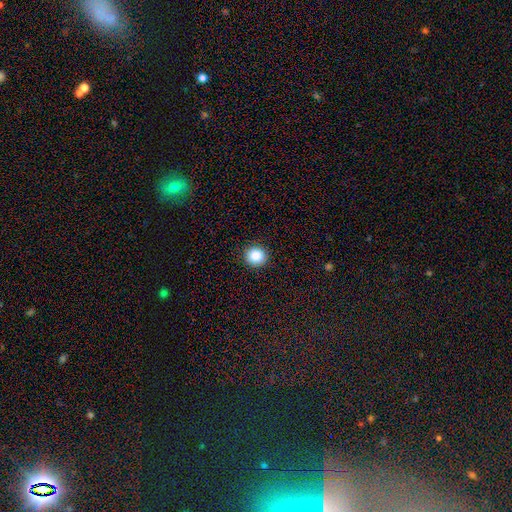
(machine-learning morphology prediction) smooth 87%, star or artifact 9%, featured or disk 4%. Down the decision tree: how rounded — round (92%); merging — none (92%).